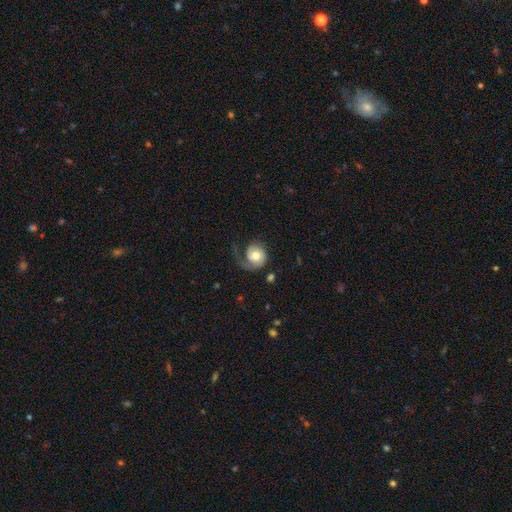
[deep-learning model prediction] Morphology: type=featured or disk (65%); edge-on=no (98%); bar=no (77%); spiral arms=yes (91%); winding=loose (36%); arm count=1 (81%); bulge=moderate (64%); merging=none (44%).